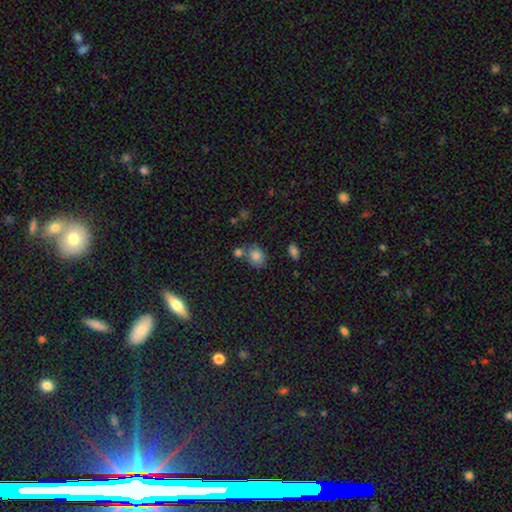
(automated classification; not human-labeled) smooth 80%, star or artifact 11%, featured or disk 9%. Down the decision tree: how rounded — round (51%); merging — none (56%).